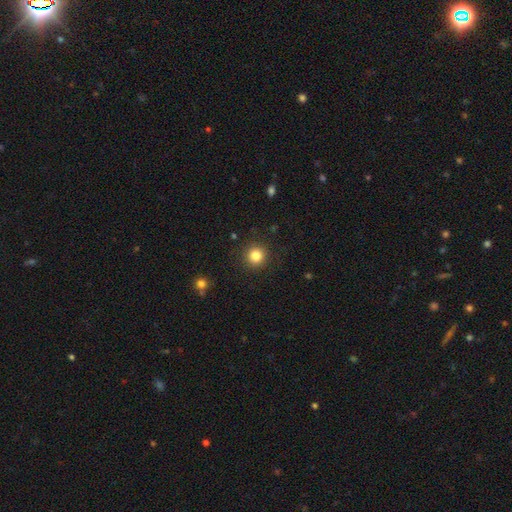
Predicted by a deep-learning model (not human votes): smooth 83%, star or artifact 12%, featured or disk 5%. Down the decision tree: how rounded — round (94%); merging — none (91%).